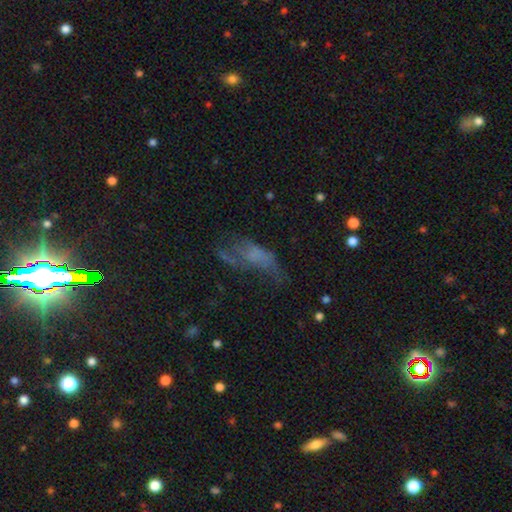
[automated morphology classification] featured or disk 42%, smooth 40%, star or artifact 17%. Down the decision tree: merging — major disturbance (41%).